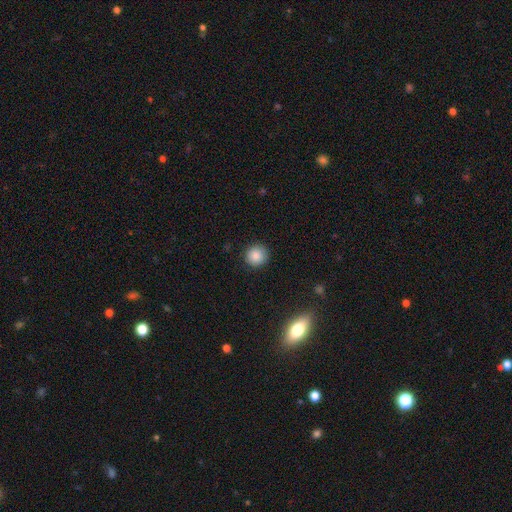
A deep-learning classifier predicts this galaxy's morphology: A smooth galaxy with no disk features (86%) that is round (92%).

Vote fractions:
- Smooth or featured? smooth: 86% / star or artifact: 10% / featured or disk: 5%
- How rounded? round: 92% / in between: 7% / cigar-shaped: 1%
- Merging? none: 89% / minor disturbance: 8% / major disturbance: 2% / merger: 1%